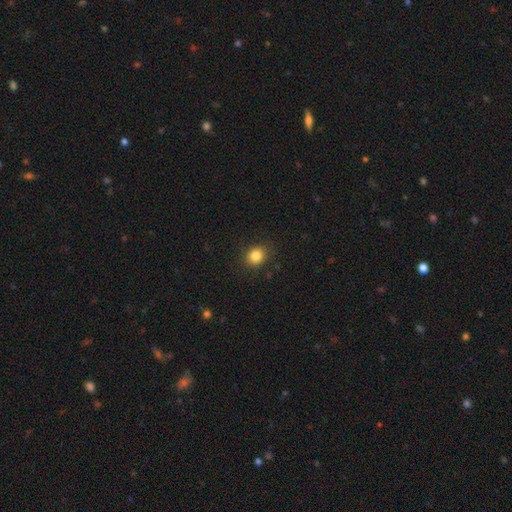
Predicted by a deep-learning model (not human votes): Morphology: type=smooth (84%); roundness=round (69%); merging=none (87%).